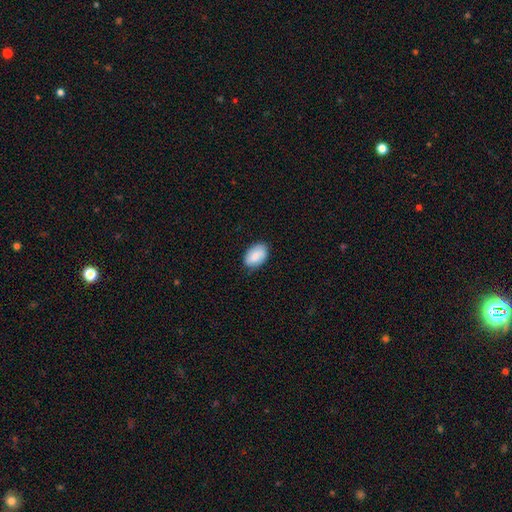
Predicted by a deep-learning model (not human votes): Overall: smooth (77%). How rounded: in between (90%). Merging: none (77%).